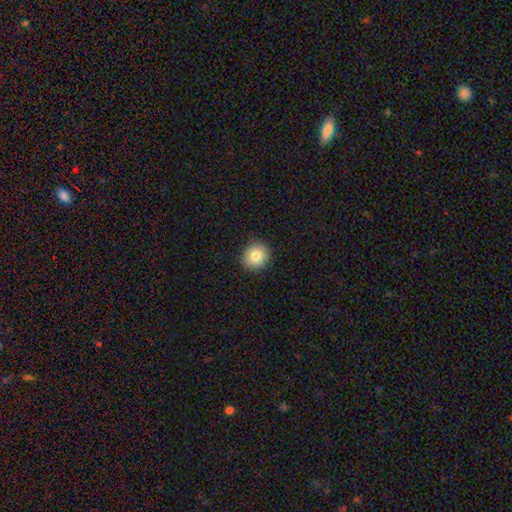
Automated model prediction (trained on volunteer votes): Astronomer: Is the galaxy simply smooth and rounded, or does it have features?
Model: smooth — 82%.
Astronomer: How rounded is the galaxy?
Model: round — 83%.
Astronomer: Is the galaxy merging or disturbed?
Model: none — 90%.